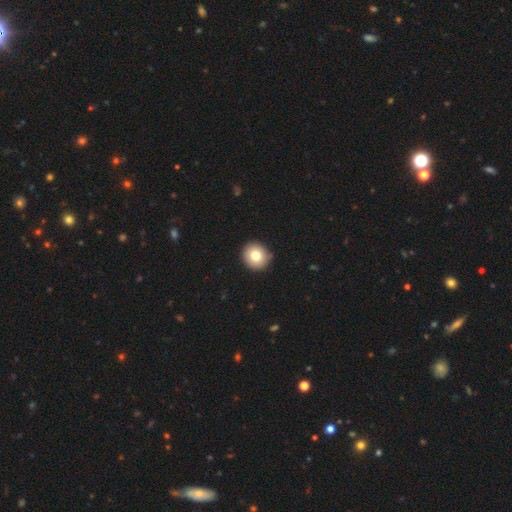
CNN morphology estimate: A smooth galaxy with no disk features (78%) that is round (92%). Merging: none (88%).